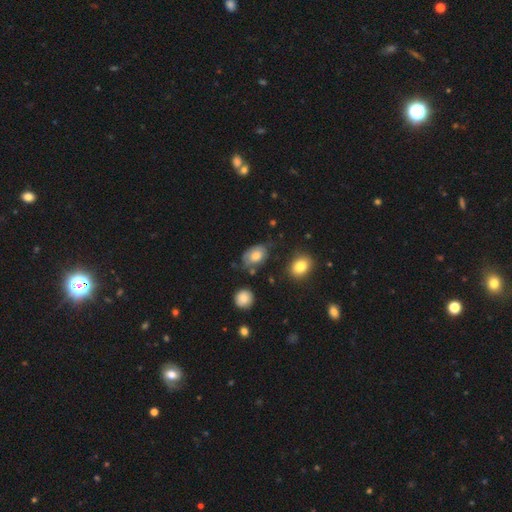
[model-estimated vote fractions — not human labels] Overall: smooth (66%). How rounded: in between (82%). Merging: none (53%; minor disturbance 31%).